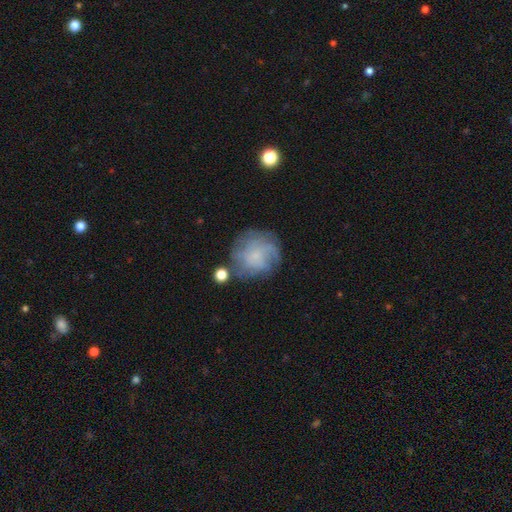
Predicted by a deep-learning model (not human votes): A featured or disk galaxy (59%) with no bar (77%), spiral arms (81%) and a small central bulge (65%). Merging: none (65%).